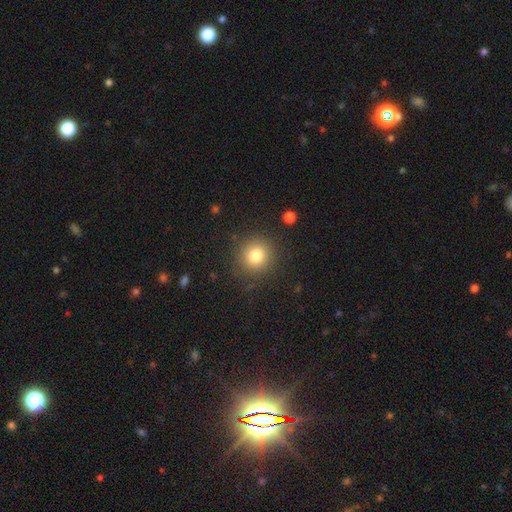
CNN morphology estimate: This is clearly a smooth galaxy (81%). How rounded: clearly round (91%). Merging: clearly none (86%).